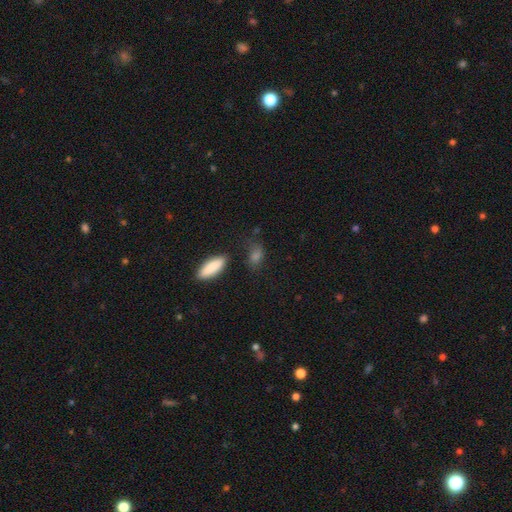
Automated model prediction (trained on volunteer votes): smooth-or-featured: smooth: 75% | star or artifact: 14% | featured or disk: 11%
  how-rounded: in between: 67% | cigar-shaped: 19% | round: 14%
  merging: none: 66% | minor disturbance: 19% | major disturbance: 8% | merger: 6%